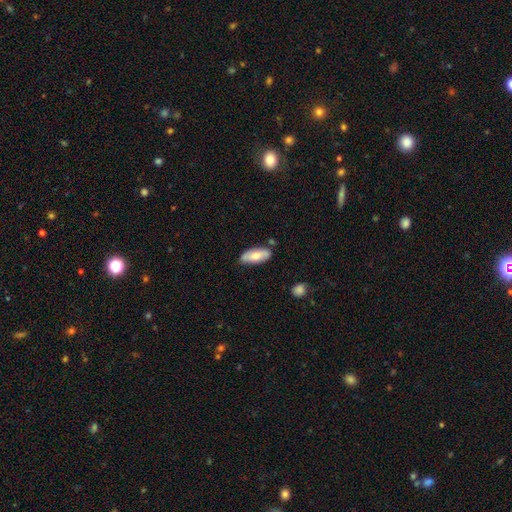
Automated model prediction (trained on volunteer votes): A smooth galaxy with no disk features (70%) that is in between round and cigar-shaped (81%).

Vote fractions:
- Smooth or featured? smooth: 70% / featured or disk: 24% / star or artifact: 6%
- How rounded? in between: 81% / cigar-shaped: 17% / round: 2%
- Merging? none: 75% / minor disturbance: 18% / merger: 4% / major disturbance: 3%